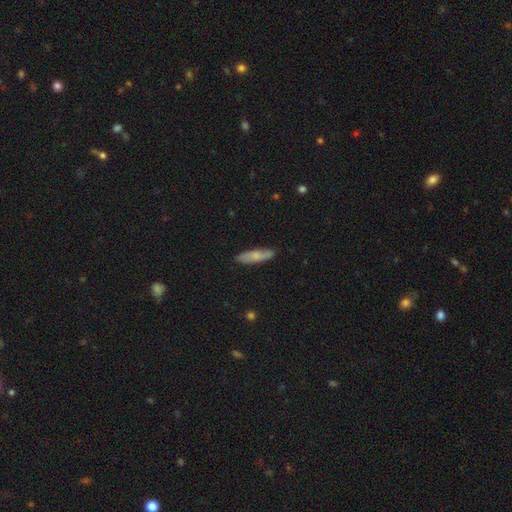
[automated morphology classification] A smooth galaxy with no disk features (67%) that is cigar-shaped (69%).

Vote fractions:
- Smooth or featured? smooth: 67% / featured or disk: 27% / star or artifact: 6%
- How rounded? cigar-shaped: 69% / in between: 29% / round: 2%
- Merging? none: 82% / minor disturbance: 14% / major disturbance: 2% / merger: 1%